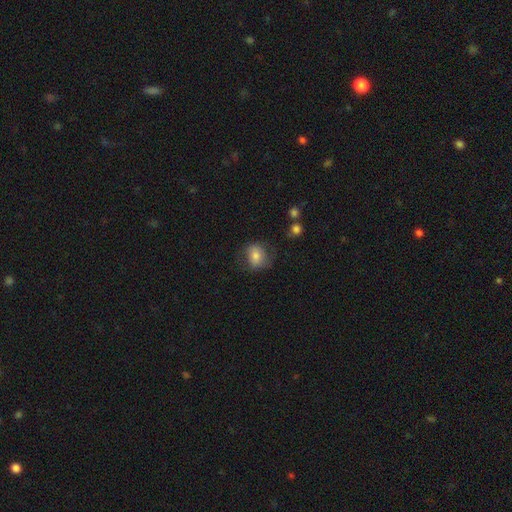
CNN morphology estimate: Smooth or featured?
  - smooth: 74% *
  - featured or disk: 18%
  - star or artifact: 9%
How rounded?
  - round: 59% *
  - in between: 40%
  - cigar-shaped: 1%
Merging?
  - none: 66% *
  - minor disturbance: 21%
  - major disturbance: 11%
  - merger: 2%